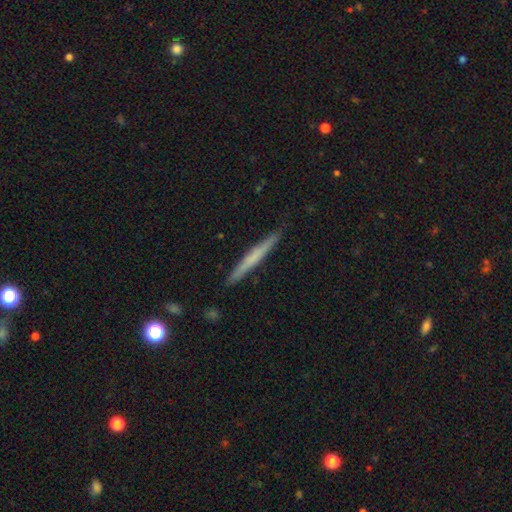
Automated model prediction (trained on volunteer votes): Smooth or featured?
  - smooth: 51% *
  - featured or disk: 44%
  - star or artifact: 6%
How rounded?
  - cigar-shaped: 97% *
  - in between: 2%
  - round: 1%
Merging?
  - none: 90% *
  - minor disturbance: 7%
  - major disturbance: 1%
  - merger: 1%